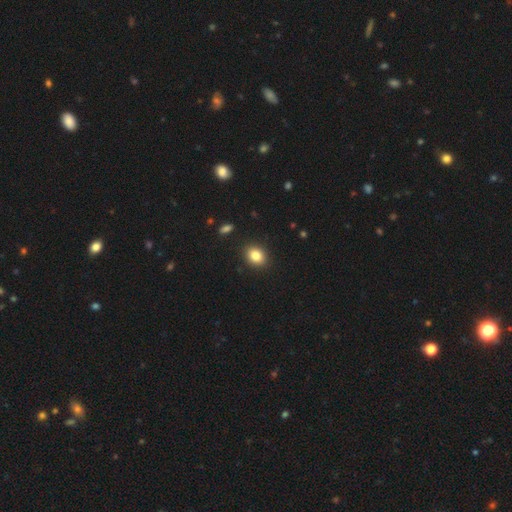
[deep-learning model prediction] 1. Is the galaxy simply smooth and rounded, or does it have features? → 84% smooth, 10% star or artifact, 6% featured or disk.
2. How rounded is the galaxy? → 50% in between, 49% round, 1% cigar-shaped.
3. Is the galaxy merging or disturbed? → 90% none, 7% minor disturbance, 2% major disturbance, 1% merger.